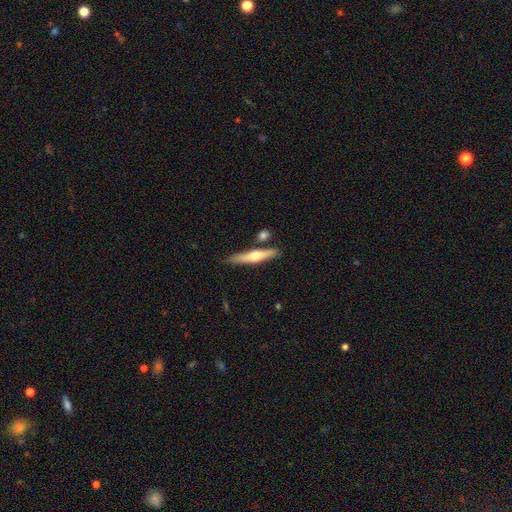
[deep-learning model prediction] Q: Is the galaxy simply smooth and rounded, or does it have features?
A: featured or disk — 53%.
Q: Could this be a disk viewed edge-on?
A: yes — 94%.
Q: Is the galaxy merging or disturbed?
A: none — 78%.